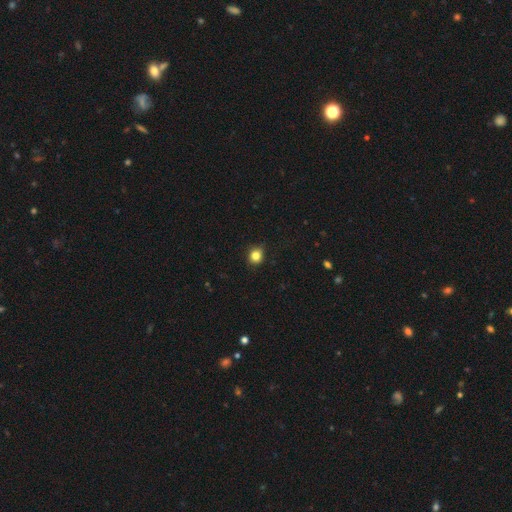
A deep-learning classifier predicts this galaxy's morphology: This appears to be a smooth galaxy with no disk features (83%) that is round (80%). Merging: none (84%).